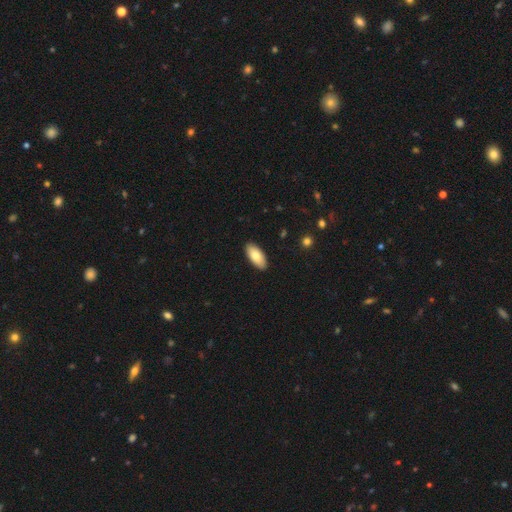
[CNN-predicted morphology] A smooth galaxy with no disk features (81%) that is in between round and cigar-shaped (91%).

Vote fractions:
- Smooth or featured? smooth: 81% / featured or disk: 14% / star or artifact: 6%
- How rounded? in between: 91% / cigar-shaped: 7% / round: 2%
- Merging? none: 90% / minor disturbance: 8% / major disturbance: 2% / merger: 1%